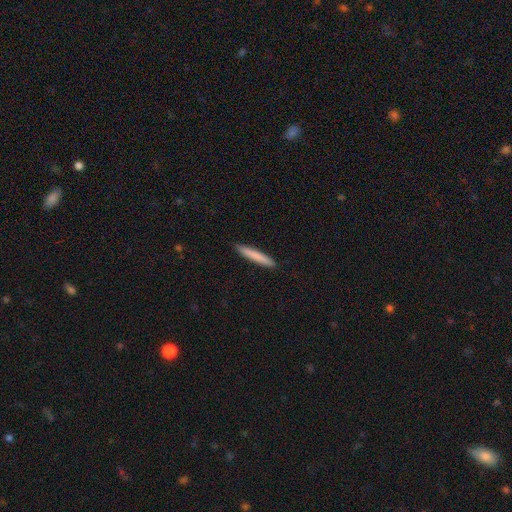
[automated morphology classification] Smooth or featured?
  - smooth: 81% *
  - featured or disk: 14%
  - star or artifact: 5%
How rounded?
  - cigar-shaped: 95% *
  - in between: 3%
  - round: 1%
Merging?
  - none: 92% *
  - minor disturbance: 6%
  - major disturbance: 1%
  - merger: 1%